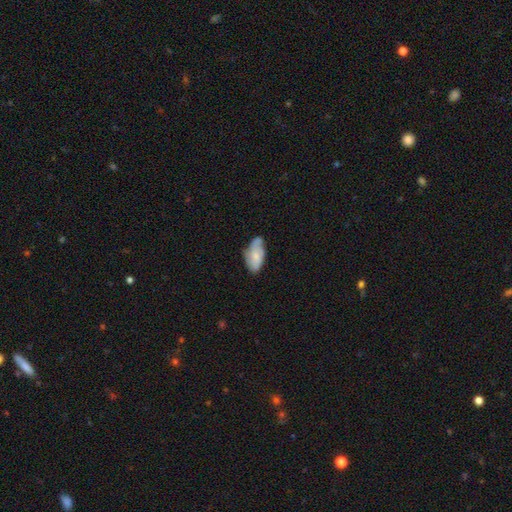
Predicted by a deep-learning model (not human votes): Q: Smooth or featured?
A: smooth (56%); runner-up: featured or disk (37%)
Q: How rounded?
A: in between (93%); runner-up: cigar-shaped (5%)
Q: Merging?
A: none (54%); runner-up: minor disturbance (34%)